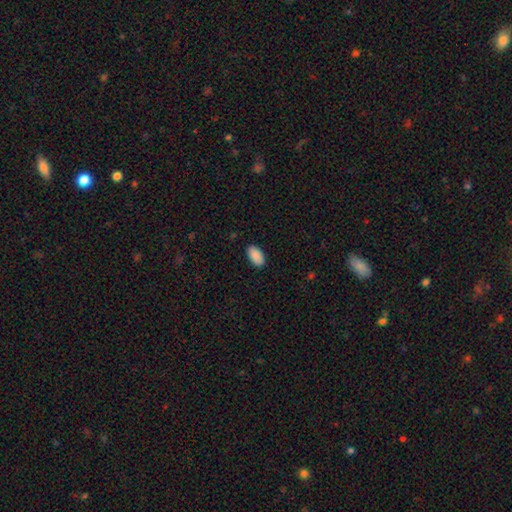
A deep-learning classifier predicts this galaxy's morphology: Q: Smooth or featured?
A: smooth (90%); runner-up: star or artifact (6%)
Q: How rounded?
A: in between (95%); runner-up: round (3%)
Q: Merging?
A: none (89%); runner-up: minor disturbance (8%)